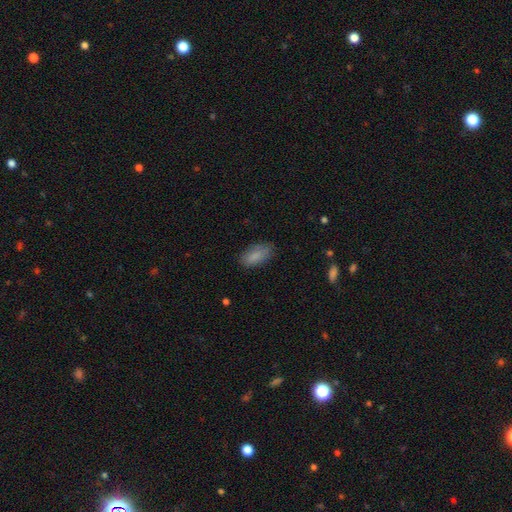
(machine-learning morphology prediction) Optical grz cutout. It shows a smooth galaxy with no disk features (85%) that is in between round and cigar-shaped (91%). Merging: none (79%).